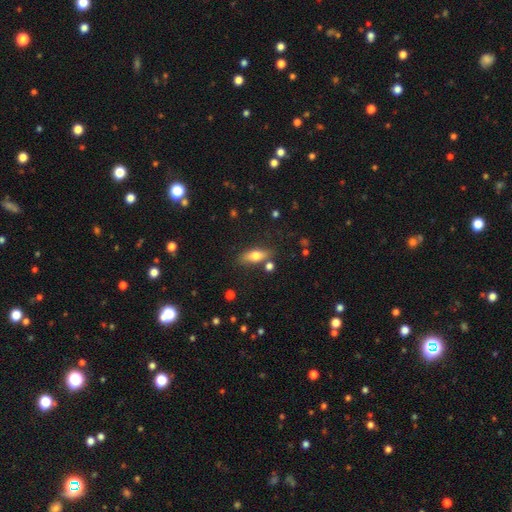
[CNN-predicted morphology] This appears to be a smooth galaxy with no disk features (67%) that is in between round and cigar-shaped (66%). Merging: none (76%).